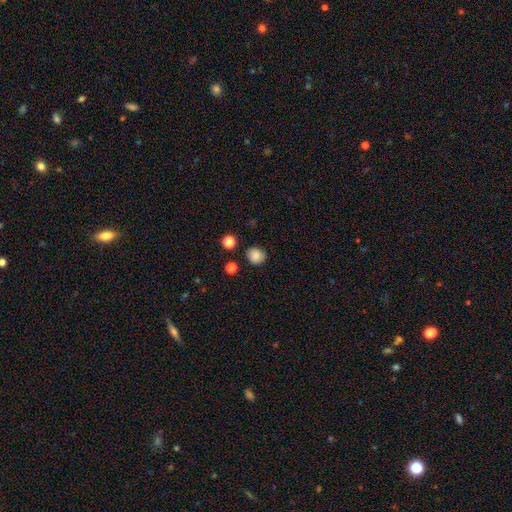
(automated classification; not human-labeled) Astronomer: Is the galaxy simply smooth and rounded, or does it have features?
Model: smooth — 83%.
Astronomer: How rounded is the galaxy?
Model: round — 85%.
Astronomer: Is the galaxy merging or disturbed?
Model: none — 87%.